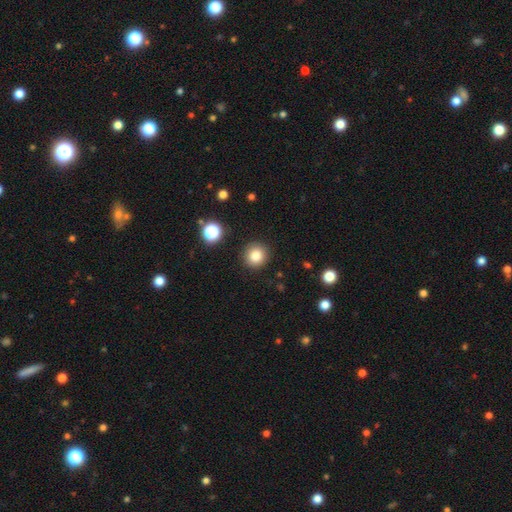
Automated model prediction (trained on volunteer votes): Smooth or featured? Predicted: smooth (p=0.84). How rounded? Predicted: round (p=0.92). Merging? Predicted: none (p=0.90).